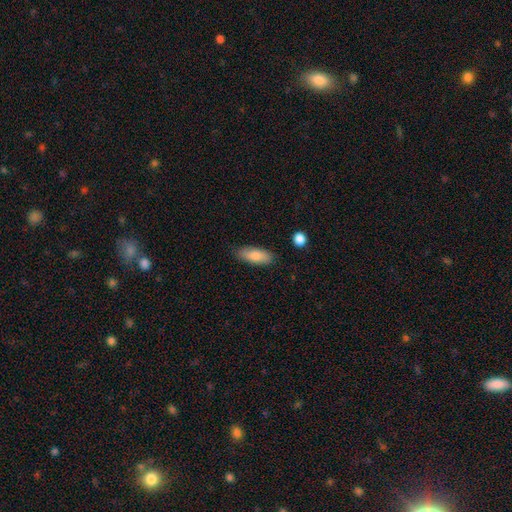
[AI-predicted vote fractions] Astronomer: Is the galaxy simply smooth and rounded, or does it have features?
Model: smooth — 83%.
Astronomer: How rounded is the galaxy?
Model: in between — 76%.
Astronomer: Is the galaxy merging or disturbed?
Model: none — 84%.